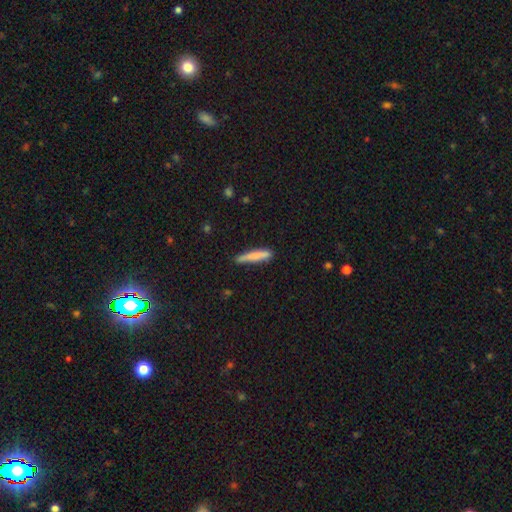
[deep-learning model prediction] Q: Smooth or featured?
A: smooth (77%); runner-up: featured or disk (16%)
Q: How rounded?
A: cigar-shaped (91%); runner-up: in between (8%)
Q: Merging?
A: none (74%); runner-up: minor disturbance (19%)